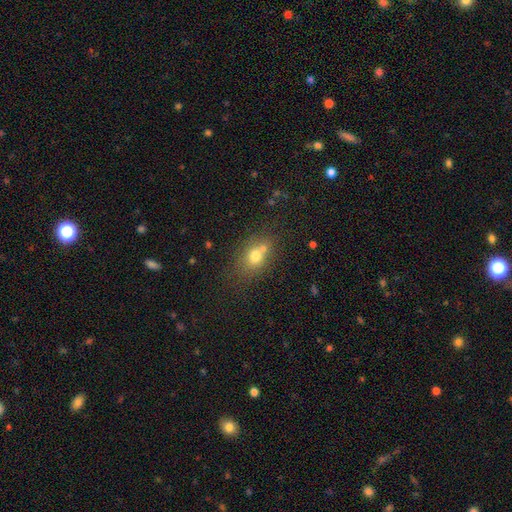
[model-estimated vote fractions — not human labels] Smooth or featured? Predicted: smooth (p=0.71). How rounded? Predicted: round (p=0.50). Merging? Predicted: none (p=0.48).